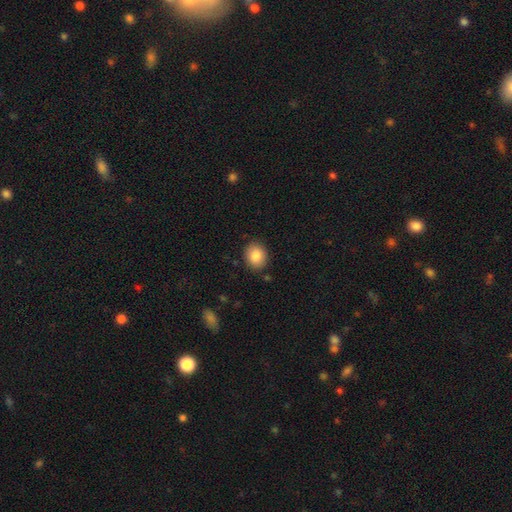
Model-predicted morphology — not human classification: type=smooth (85%); roundness=round (61%); merging=none (87%).